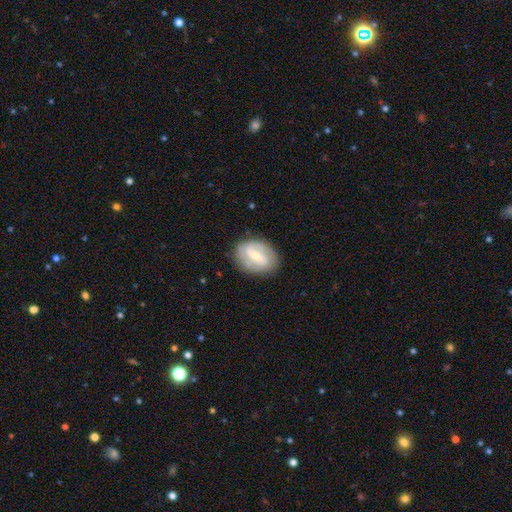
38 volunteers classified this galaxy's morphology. smooth_or_featured: featured or disk (p=0.71) [alt: smooth p=0.24]
disk_edge_on: no (p=0.96) [alt: yes p=0.04]
bar: weak (p=0.46) [alt: strong p=0.42]
has_spiral_arms: yes (p=0.58) [alt: no p=0.42]
spiral_winding: medium (p=0.40) [alt: tight p=0.33]
spiral_arm_count: 2 (p=0.80) [alt: can't tell p=0.20]
bulge_size: moderate (p=0.54) [alt: small p=0.42]
merging: none (p=0.75) [alt: minor disturbance p=0.19]